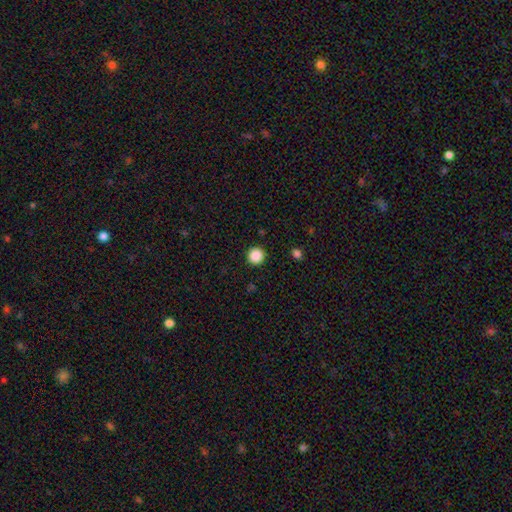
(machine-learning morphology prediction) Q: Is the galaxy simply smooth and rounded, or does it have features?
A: smooth — 88%.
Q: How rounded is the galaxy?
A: round — 96%.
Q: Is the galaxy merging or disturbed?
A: none — 93%.